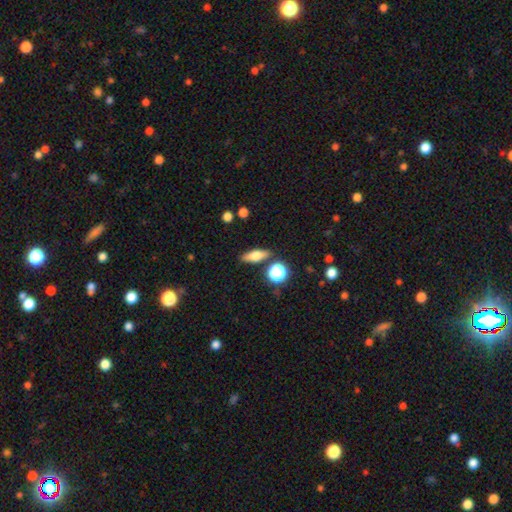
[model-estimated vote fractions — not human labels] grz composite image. It shows a smooth galaxy with no disk features (60%) that is in between round and cigar-shaped (53%). Merging: none (83%).